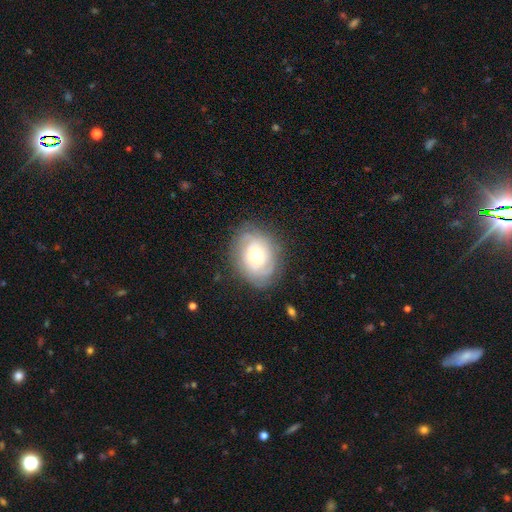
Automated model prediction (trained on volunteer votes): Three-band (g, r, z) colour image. It shows a featured or disk galaxy (57%) with no bar (78%), spiral arms (74%) and a moderate central bulge (64%). Merging: none (76%).